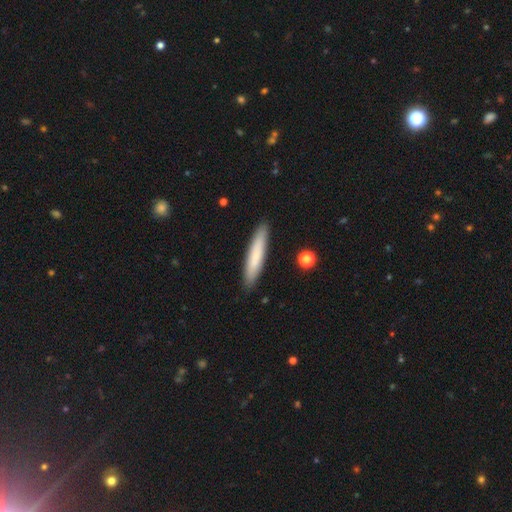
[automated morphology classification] Smooth or featured? Predicted: smooth (p=0.74). How rounded? Predicted: cigar-shaped (p=0.91). Merging? Predicted: none (p=0.90).